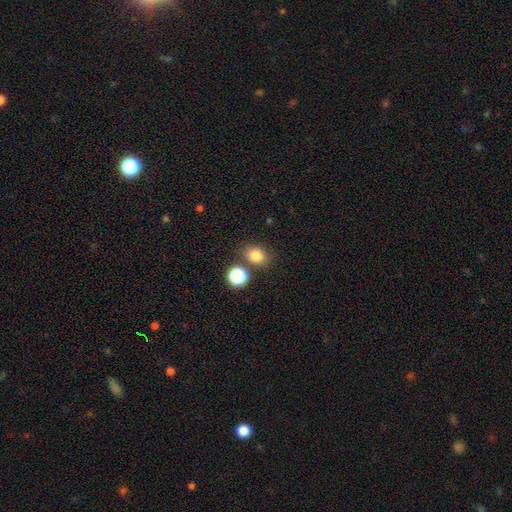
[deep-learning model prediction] This is clearly a smooth galaxy (81%). How rounded: possibly round (52%). Merging: likely none (75%).